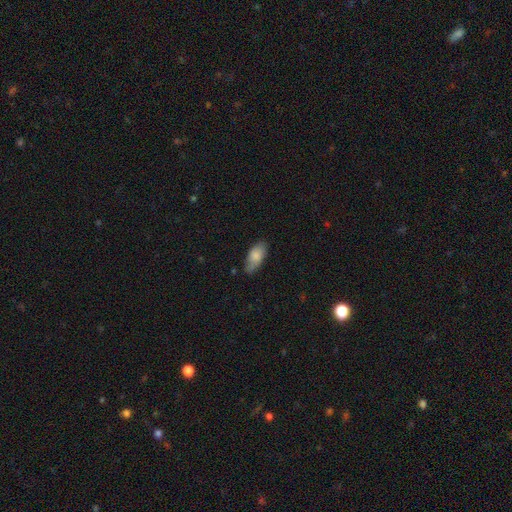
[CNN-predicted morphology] smooth-or-featured: smooth: 81% | featured or disk: 12% | star or artifact: 6%
  how-rounded: in between: 88% | cigar-shaped: 10% | round: 2%
  merging: none: 72% | minor disturbance: 22% | major disturbance: 4% | merger: 2%